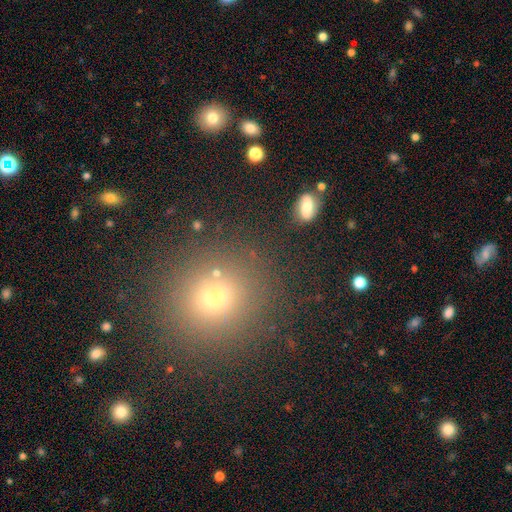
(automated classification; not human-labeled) This is likely a smooth galaxy (64%). How rounded: clearly round (83%). Merging: clearly none (82%).